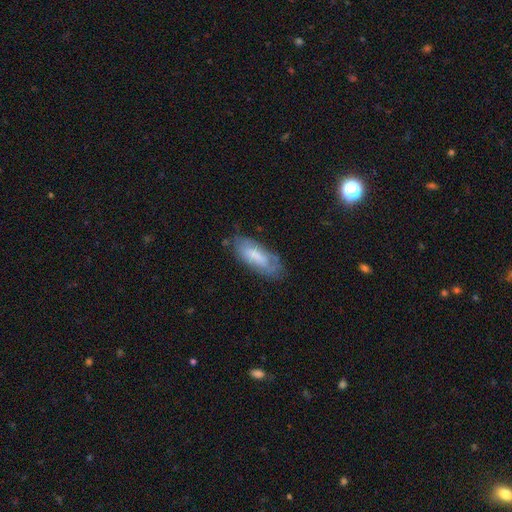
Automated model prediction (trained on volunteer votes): A smooth galaxy with no disk features (59%) that is in between round and cigar-shaped (75%). Merging: none (63%).